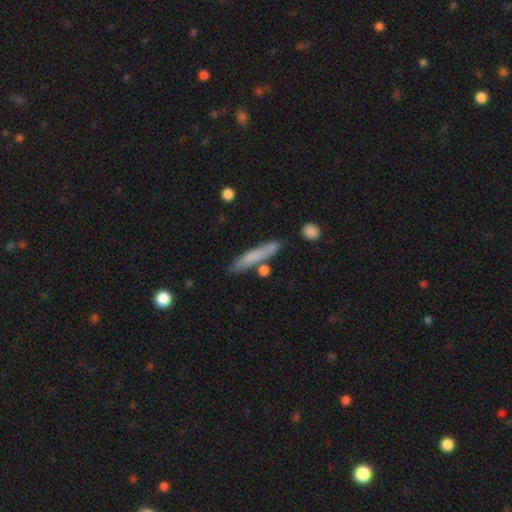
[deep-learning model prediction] smooth 68%, featured or disk 25%, star or artifact 7%. Down the decision tree: how rounded — cigar-shaped (91%); merging — none (76%).